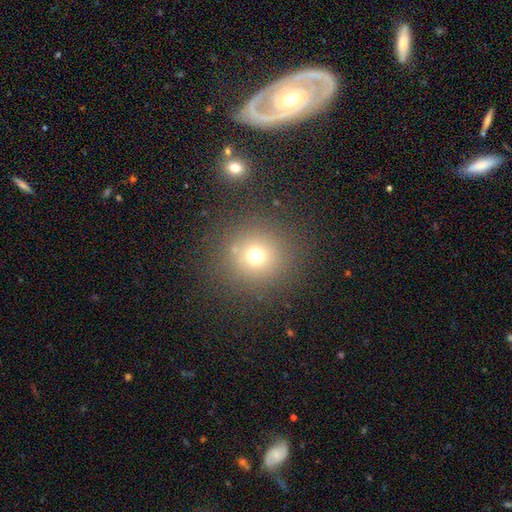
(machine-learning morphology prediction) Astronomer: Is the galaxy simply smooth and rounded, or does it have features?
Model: smooth — 69%.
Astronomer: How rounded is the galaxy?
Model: round — 94%.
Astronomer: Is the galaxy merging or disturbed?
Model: none — 85%.